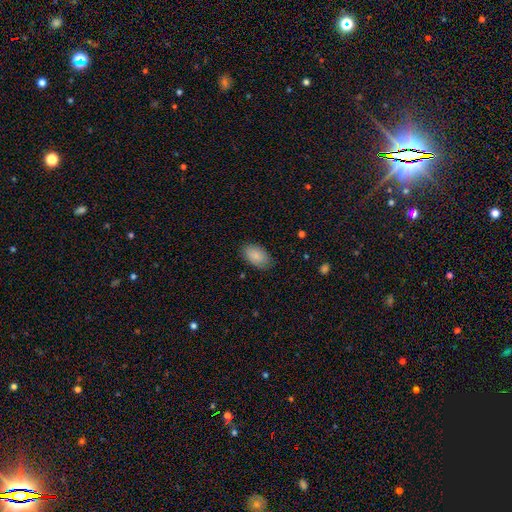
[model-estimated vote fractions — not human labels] Smooth or featured? Predicted: smooth (p=0.87). How rounded? Predicted: in between (p=0.92). Merging? Predicted: none (p=0.82).